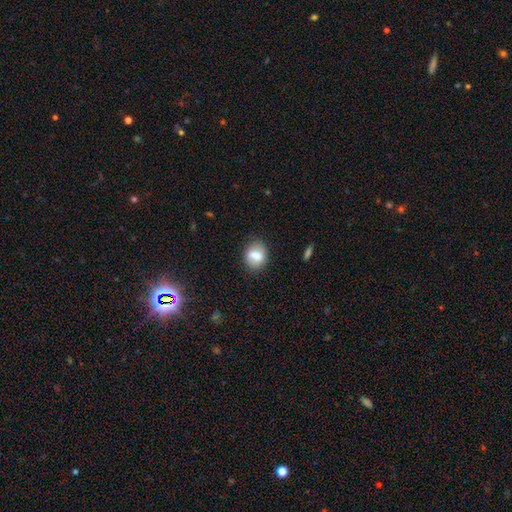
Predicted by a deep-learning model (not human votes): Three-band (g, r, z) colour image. It shows a smooth galaxy with no disk features (76%) that is in between round and cigar-shaped (53%). Merging: none (80%).